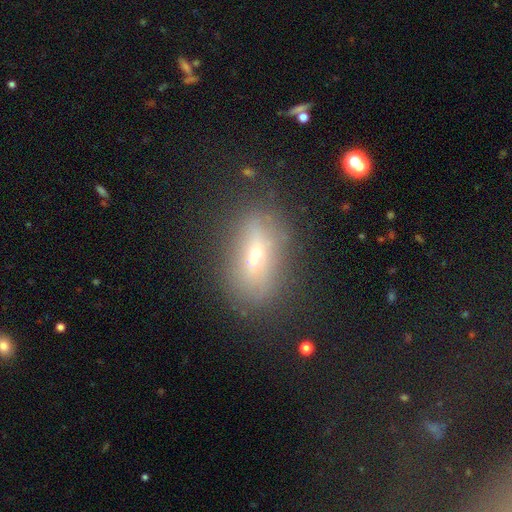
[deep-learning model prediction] This is possibly a smooth galaxy (51%). How rounded: likely in between (76%). Merging: likely none (69%).